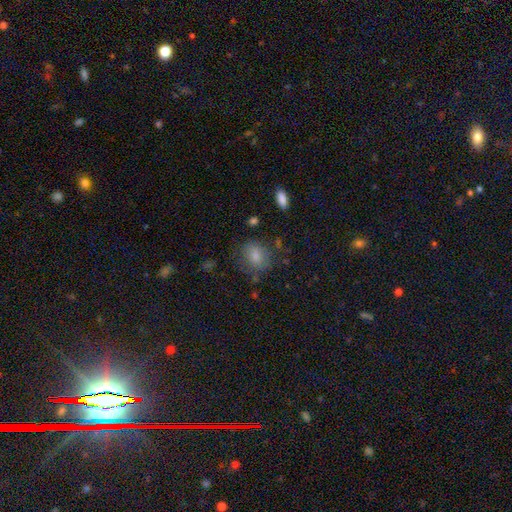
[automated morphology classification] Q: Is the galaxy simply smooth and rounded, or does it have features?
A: smooth — 80%.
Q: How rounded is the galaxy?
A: round — 51%.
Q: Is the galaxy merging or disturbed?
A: none — 69%.